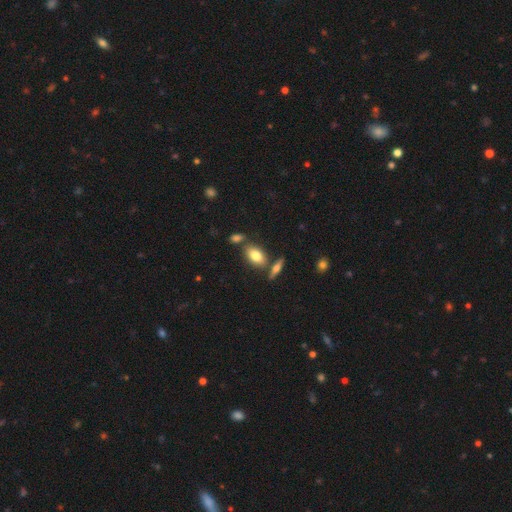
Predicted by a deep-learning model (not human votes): Smooth or featured?
  - smooth: 78% *
  - featured or disk: 15%
  - star or artifact: 8%
How rounded?
  - in between: 88% *
  - round: 8%
  - cigar-shaped: 4%
Merging?
  - none: 68% *
  - merger: 17%
  - minor disturbance: 12%
  - major disturbance: 3%